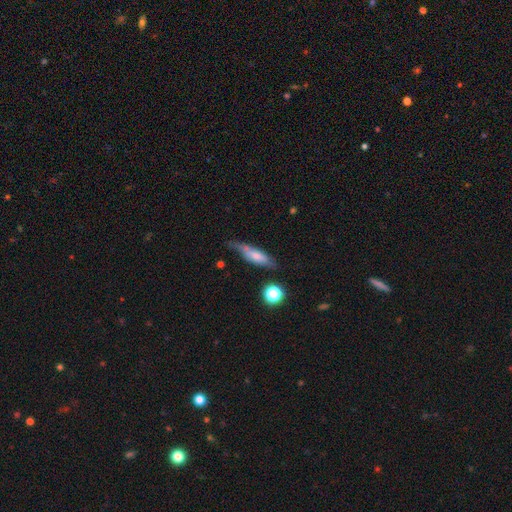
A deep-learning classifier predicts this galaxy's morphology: smooth-or-featured: smooth: 56% | featured or disk: 36% | star or artifact: 8%
  how-rounded: cigar-shaped: 62% | in between: 35% | round: 3%
  merging: none: 57% | minor disturbance: 29% | major disturbance: 10% | merger: 4%